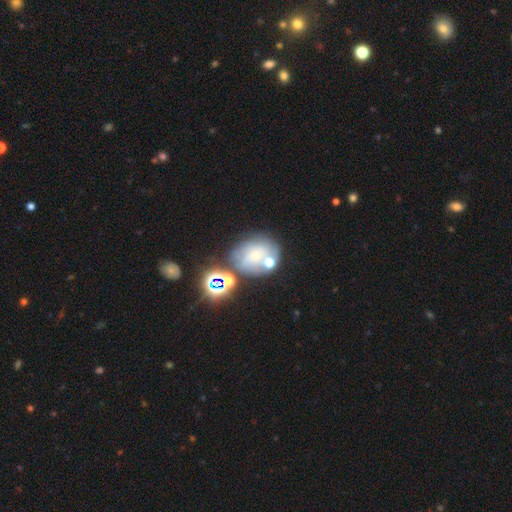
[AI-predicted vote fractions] Smooth or featured? Predicted: smooth (p=0.40). Merging? Predicted: none (p=0.50).